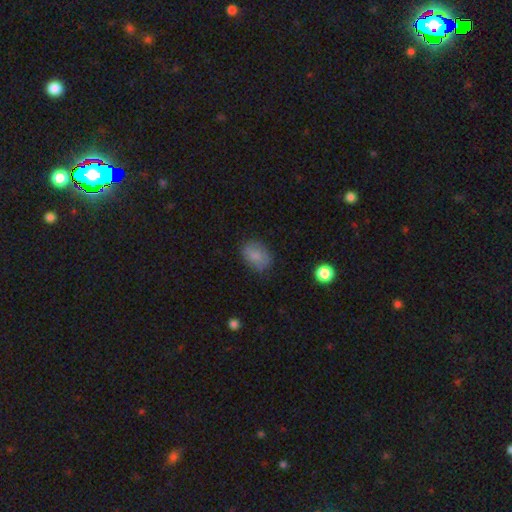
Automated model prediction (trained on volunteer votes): Smooth or featured? smooth (79%)
How rounded? in between (75%)
Merging? none (74%)